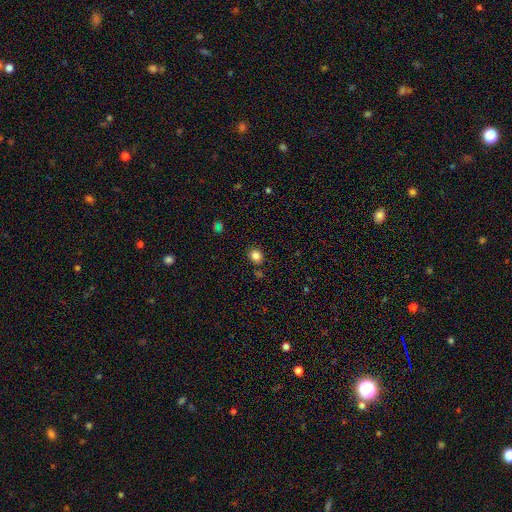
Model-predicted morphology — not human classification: Smooth or featured?
  - smooth: 84% *
  - star or artifact: 12%
  - featured or disk: 5%
How rounded?
  - round: 74% *
  - in between: 25%
  - cigar-shaped: 1%
Merging?
  - none: 85% *
  - minor disturbance: 9%
  - merger: 4%
  - major disturbance: 3%